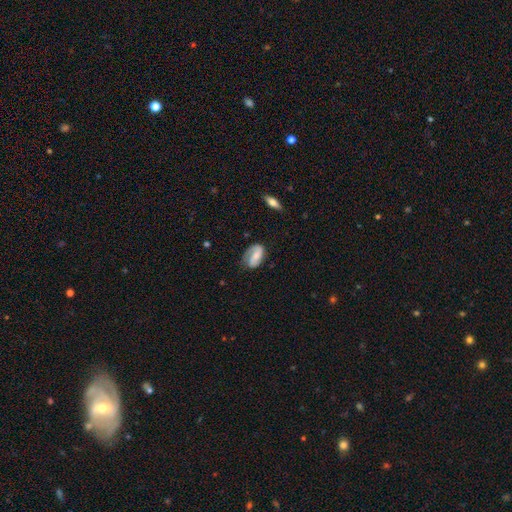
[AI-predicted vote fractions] Morphology: type=featured or disk (52%); edge-on=no (95%); merging=none (56%).